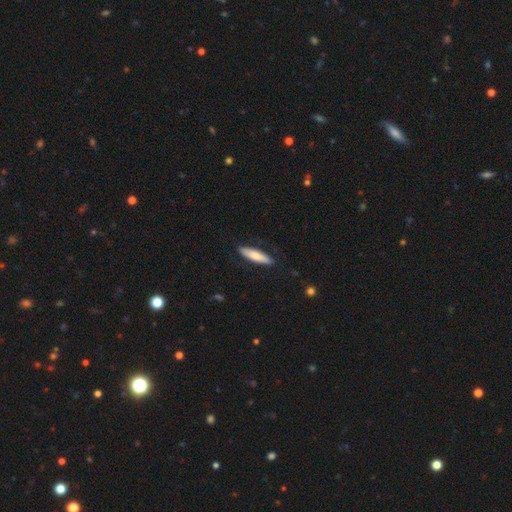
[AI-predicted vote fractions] Smooth or featured?
  - smooth: 75% *
  - featured or disk: 20%
  - star or artifact: 5%
How rounded?
  - cigar-shaped: 71% *
  - in between: 27%
  - round: 2%
Merging?
  - none: 87% *
  - minor disturbance: 10%
  - major disturbance: 2%
  - merger: 1%